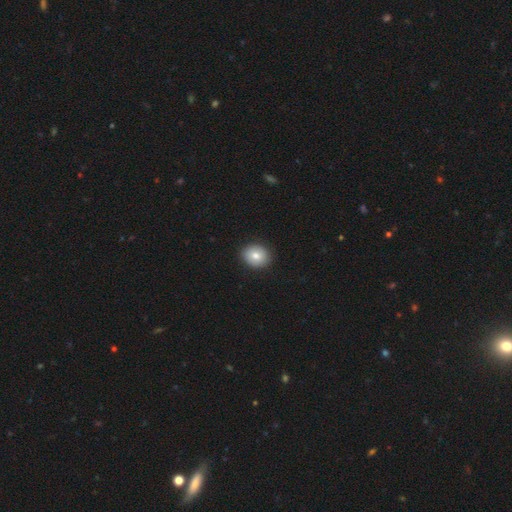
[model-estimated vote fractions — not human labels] smooth_or_featured: smooth (p=0.79) [alt: featured or disk p=0.13]
how_rounded: round (p=0.67) [alt: in between p=0.32]
merging: none (p=0.90) [alt: minor disturbance p=0.07]